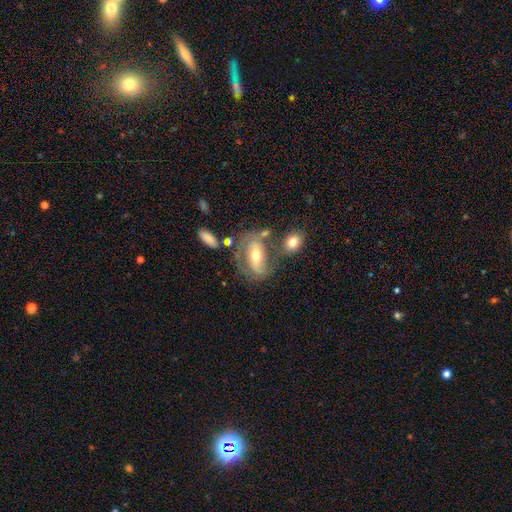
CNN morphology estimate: smooth-or-featured: featured or disk: 55% | smooth: 37% | star or artifact: 8%
  disk-edge-on: no: 87% | yes: 13%
  merging: none: 49% | minor disturbance: 20% | merger: 18% | major disturbance: 14%